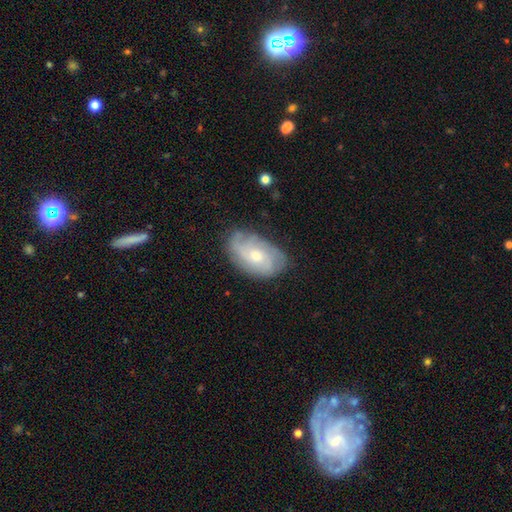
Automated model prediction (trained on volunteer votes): Smooth or featured: featured or disk — 64% (smooth — 29%)
Edge-on disk: no — 95% (yes — 5%)
Bar: no — 75% (weak — 22%)
Spiral arms: yes — 83% (no — 17%)
Bulge size: moderate — 58% (small — 37%)
Merging: none — 69% (minor disturbance — 23%)